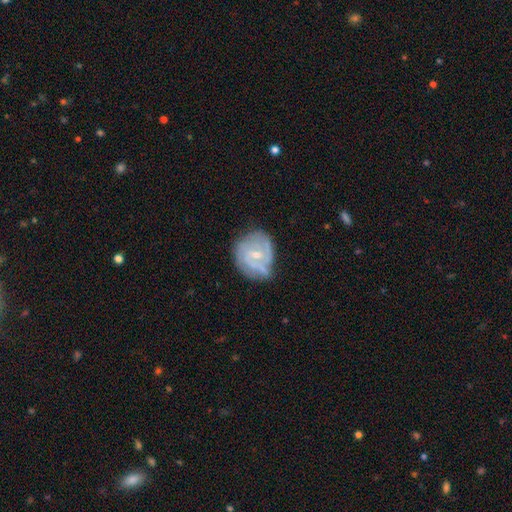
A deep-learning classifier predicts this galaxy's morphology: A featured or disk galaxy (76%) with a weak bar (50%), tight (52%) spiral arms (86%) and a small central bulge (60%).

Vote fractions:
- Smooth or featured? featured or disk: 76% / smooth: 18% / star or artifact: 6%
- Edge-on disk? no: 98% / yes: 2%
- Bar? weak: 50% / no: 40% / strong: 10%
- Spiral arms? yes: 86% / no: 14%
- Spiral winding? tight: 52% / medium: 36% / loose: 12%
- Spiral arm count? can't tell: 34% / 2: 32% / 3: 20% / 1: 6% / 4: 5% / more than 4: 4%
- Bulge size? small: 60% / moderate: 35% / none: 3% / large: 1% / dominant: 1%
- Merging? none: 54% / minor disturbance: 29% / major disturbance: 13% / merger: 4%